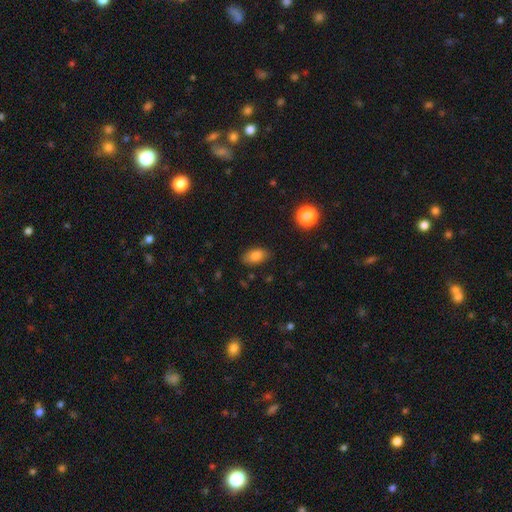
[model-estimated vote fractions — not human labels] Smooth or featured?
  - smooth: 80% *
  - featured or disk: 10%
  - star or artifact: 9%
How rounded?
  - in between: 89% *
  - round: 8%
  - cigar-shaped: 3%
Merging?
  - none: 84% *
  - minor disturbance: 12%
  - major disturbance: 3%
  - merger: 1%